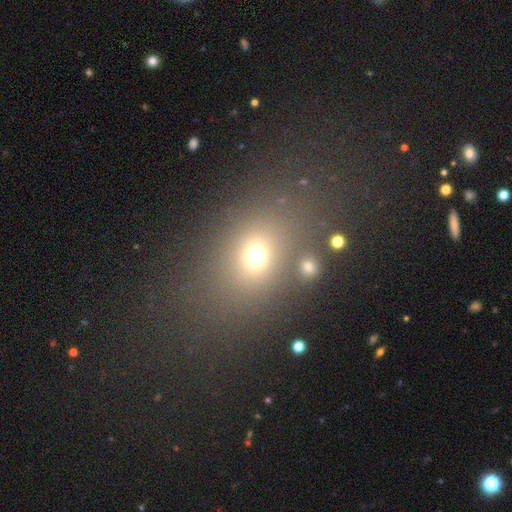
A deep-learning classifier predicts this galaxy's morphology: This is likely a smooth galaxy (68%). How rounded: possibly in between (54%). Merging: likely none (67%).